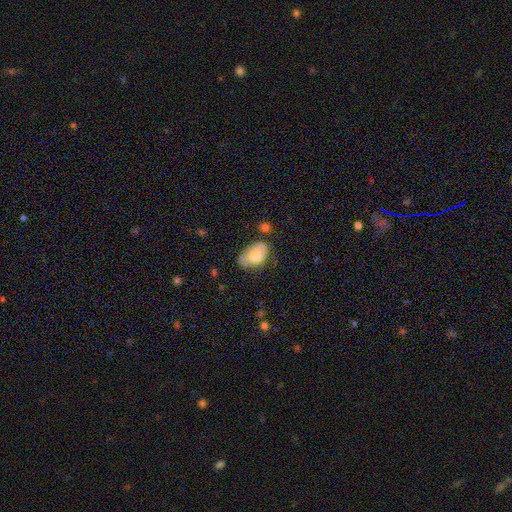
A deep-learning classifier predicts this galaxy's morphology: type=smooth (70%); roundness=in between (88%); merging=none (47%).